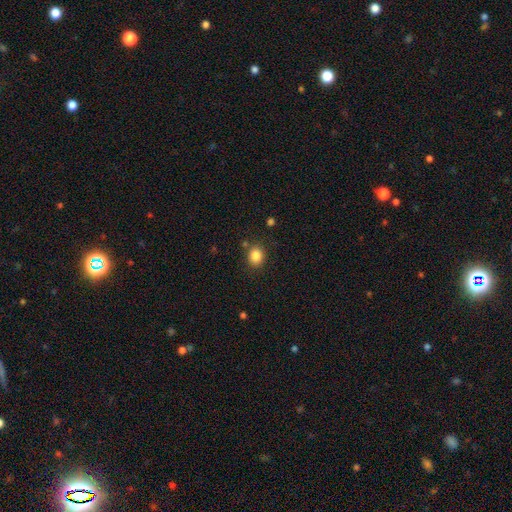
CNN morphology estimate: smooth 85%, star or artifact 10%, featured or disk 4%. Down the decision tree: how rounded — round (63%); merging — none (83%).